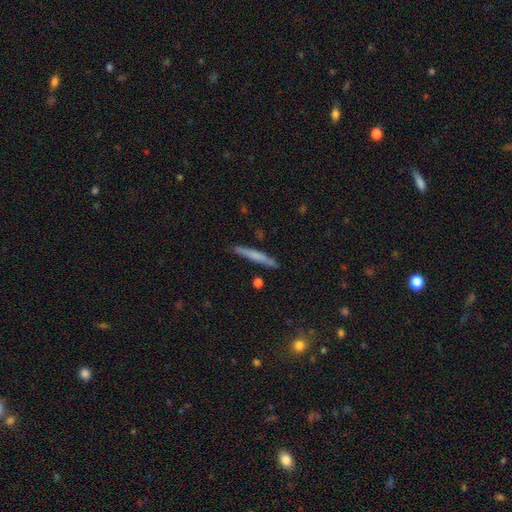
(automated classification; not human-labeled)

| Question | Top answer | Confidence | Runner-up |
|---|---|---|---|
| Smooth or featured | smooth | 58% | featured or disk (36%) |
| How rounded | cigar-shaped | 95% | in between (3%) |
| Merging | none | 85% | minor disturbance (11%) |